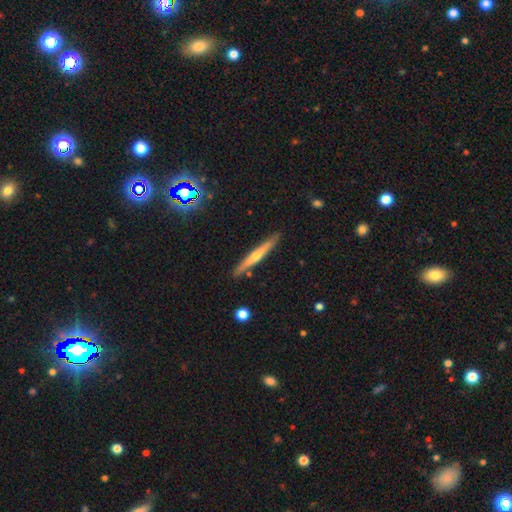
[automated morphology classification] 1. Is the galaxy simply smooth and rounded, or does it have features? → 62% featured or disk, 29% smooth, 9% star or artifact.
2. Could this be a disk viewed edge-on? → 96% yes, 4% no.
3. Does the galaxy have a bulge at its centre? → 72% rounded, 24% none, 5% boxy.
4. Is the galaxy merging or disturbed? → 89% none, 8% minor disturbance, 1% merger, 1% major disturbance.